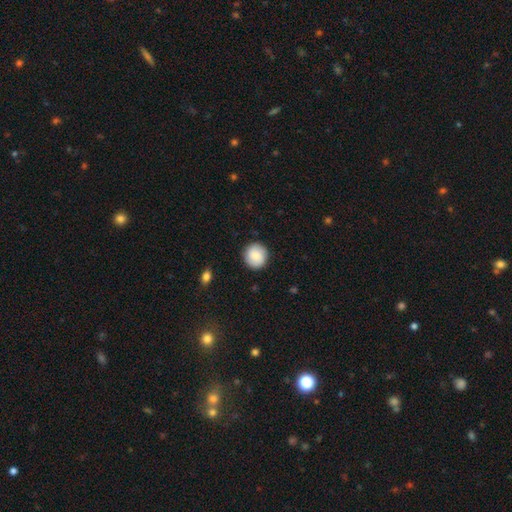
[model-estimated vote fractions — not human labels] Smooth or featured? smooth (82%)
How rounded? round (93%)
Merging? none (90%)